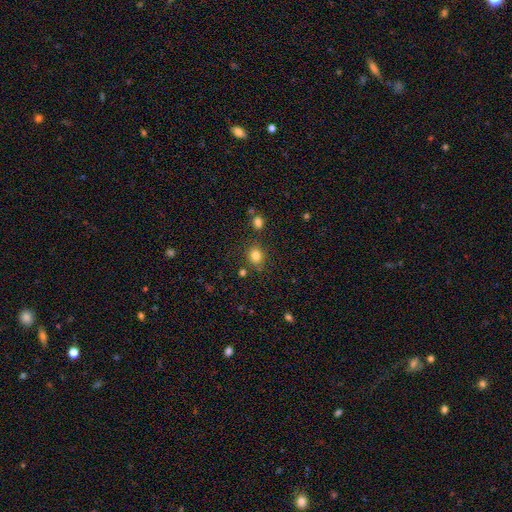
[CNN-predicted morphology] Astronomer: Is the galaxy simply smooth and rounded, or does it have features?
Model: smooth — 82%.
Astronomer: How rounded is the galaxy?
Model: round — 69%.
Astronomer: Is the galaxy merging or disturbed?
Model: none — 80%.